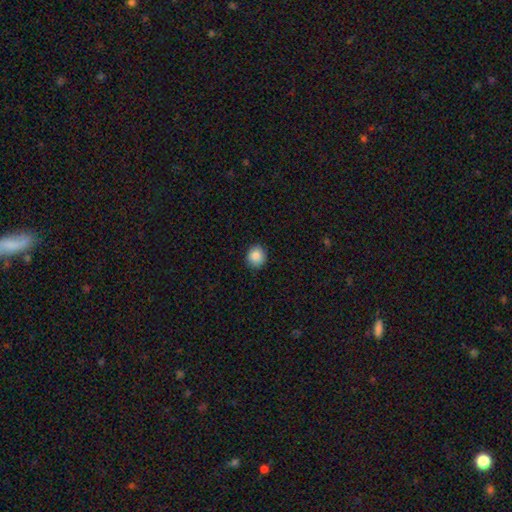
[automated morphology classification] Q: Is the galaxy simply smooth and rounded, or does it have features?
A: smooth — 86%.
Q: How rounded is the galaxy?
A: round — 87%.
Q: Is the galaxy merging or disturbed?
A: none — 88%.